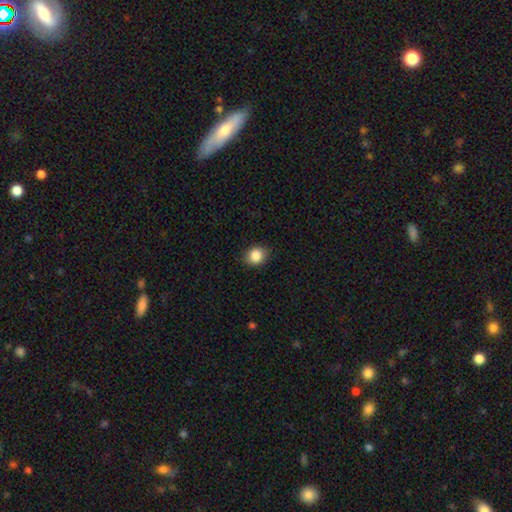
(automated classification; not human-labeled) Overall: smooth (86%). How rounded: round (60%; in between 39%). Merging: none (86%).